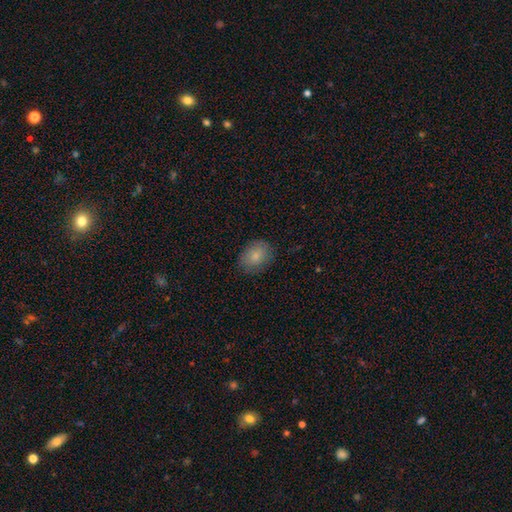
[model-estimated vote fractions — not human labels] Smooth or featured?
  - smooth: 83% *
  - featured or disk: 9%
  - star or artifact: 8%
How rounded?
  - in between: 62% *
  - round: 37%
  - cigar-shaped: 1%
Merging?
  - none: 80% *
  - minor disturbance: 15%
  - major disturbance: 4%
  - merger: 1%